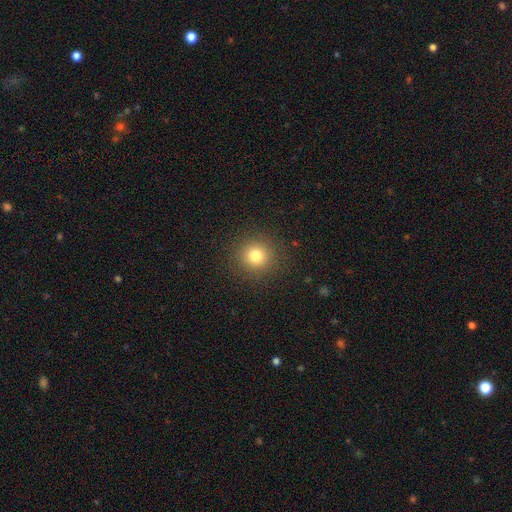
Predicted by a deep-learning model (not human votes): smooth-or-featured: smooth: 79% | star or artifact: 14% | featured or disk: 7%
  how-rounded: round: 92% | in between: 7% | cigar-shaped: 1%
  merging: none: 90% | minor disturbance: 6% | major disturbance: 3% | merger: 1%